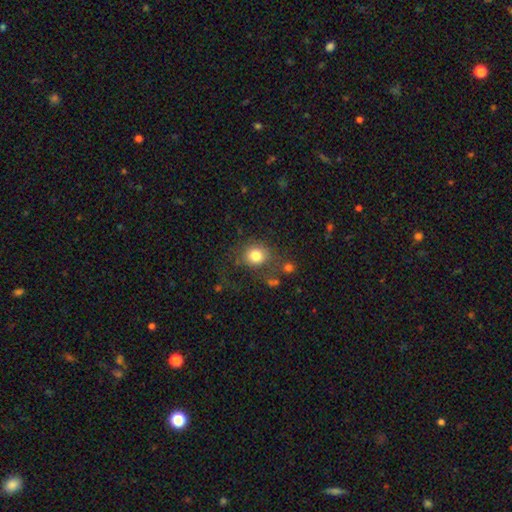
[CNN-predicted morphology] smooth_or_featured: smooth (p=0.81) [alt: star or artifact p=0.11]
how_rounded: round (p=0.82) [alt: in between p=0.18]
merging: none (p=0.69) [alt: minor disturbance p=0.15]